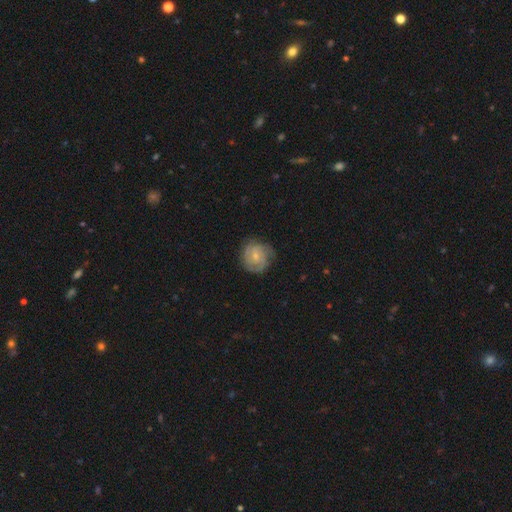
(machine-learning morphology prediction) Smooth or featured: featured or disk — 72% (smooth — 22%)
Edge-on disk: no — 98% (yes — 2%)
Bar: no — 66% (weak — 30%)
Spiral arms: yes — 93% (no — 7%)
Spiral winding: tight — 64% (medium — 29%)
Spiral arm count: 3 — 30% (can't tell — 27%)
Bulge size: small — 67% (moderate — 27%)
Merging: none — 75% (minor disturbance — 18%)